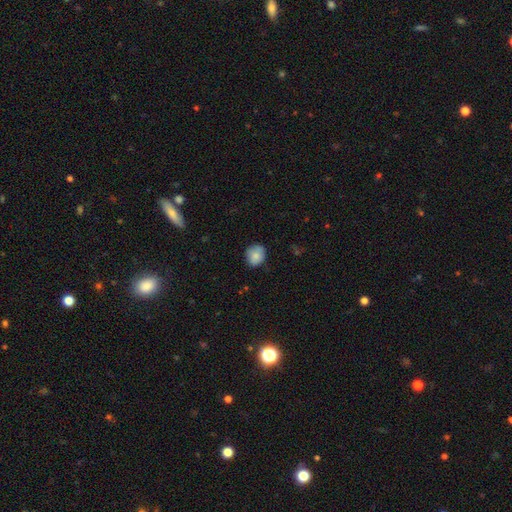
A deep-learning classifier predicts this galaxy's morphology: Overall: smooth (83%). How rounded: round (69%; in between 31%). Merging: none (75%).